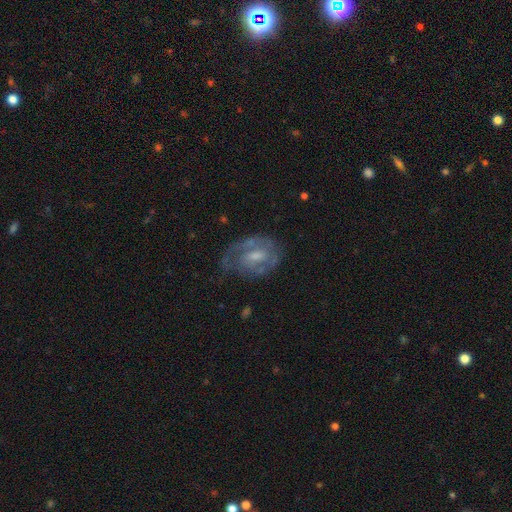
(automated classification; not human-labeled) Smooth or featured? Predicted: featured or disk (p=0.73). Edge-on disk? Predicted: no (p=0.96). Bar? Predicted: weak (p=0.49). Spiral arms? Predicted: yes (p=0.79). Spiral winding? Predicted: tight (p=0.47). Spiral arm count? Predicted: 2 (p=0.44). Bulge size? Predicted: moderate (p=0.47). Merging? Predicted: none (p=0.58).